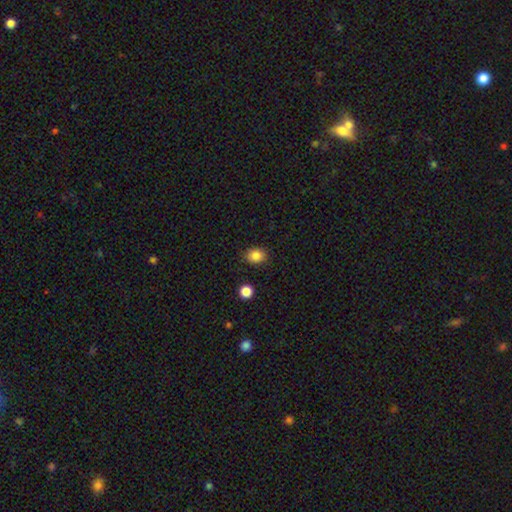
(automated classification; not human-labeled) This is clearly a smooth galaxy (86%). How rounded: possibly round (56%). Merging: clearly none (86%).